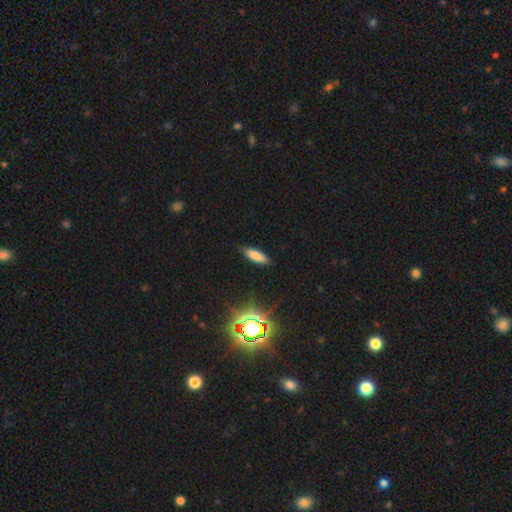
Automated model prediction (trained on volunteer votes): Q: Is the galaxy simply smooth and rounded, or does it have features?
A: smooth — 77%.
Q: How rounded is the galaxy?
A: in between — 56%.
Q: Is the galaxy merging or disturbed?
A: none — 82%.